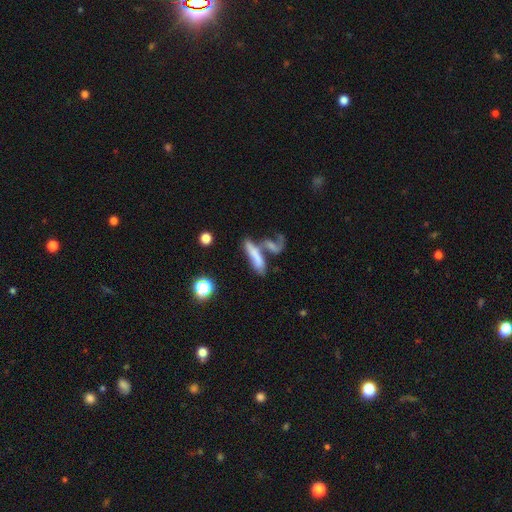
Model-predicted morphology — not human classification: The model was most divided on "smooth or featured": smooth: 55%, featured or disk: 32%, star or artifact: 12%. More confident: how rounded — cigar-shaped (63%); merging — merger (52%).